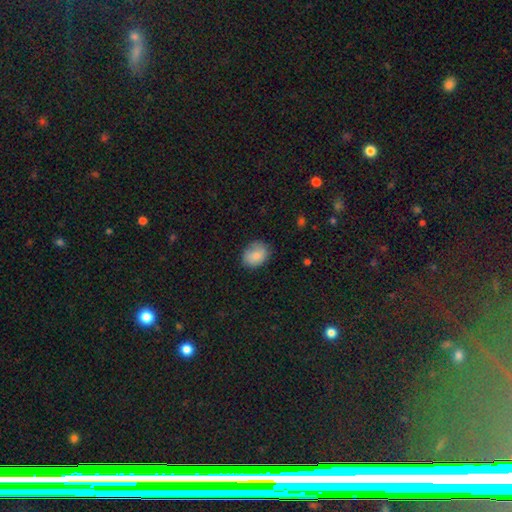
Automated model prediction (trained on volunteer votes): Q: Smooth or featured?
A: smooth (85%); runner-up: star or artifact (8%)
Q: How rounded?
A: in between (55%); runner-up: round (44%)
Q: Merging?
A: none (74%); runner-up: minor disturbance (20%)